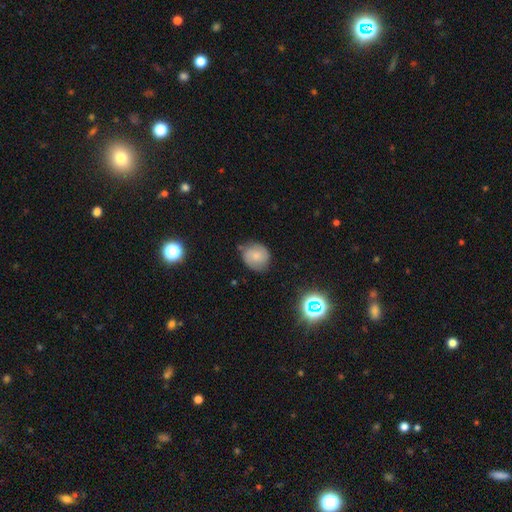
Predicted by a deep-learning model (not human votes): Morphology: type=smooth (63%); roundness=round (77%); merging=none (68%).